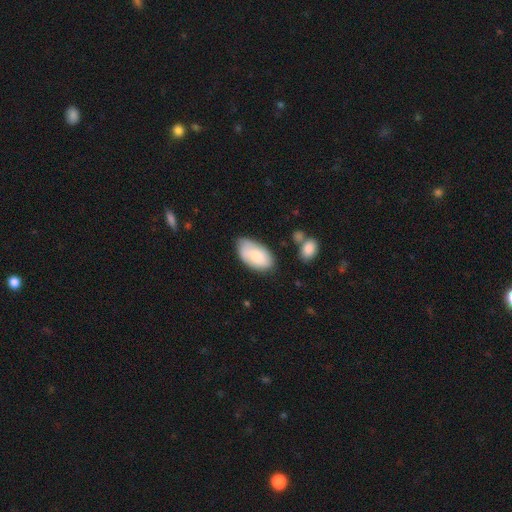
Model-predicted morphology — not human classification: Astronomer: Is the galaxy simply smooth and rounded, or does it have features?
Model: smooth — 76%.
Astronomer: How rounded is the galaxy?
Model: in between — 95%.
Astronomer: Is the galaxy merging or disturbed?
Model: none — 62%.